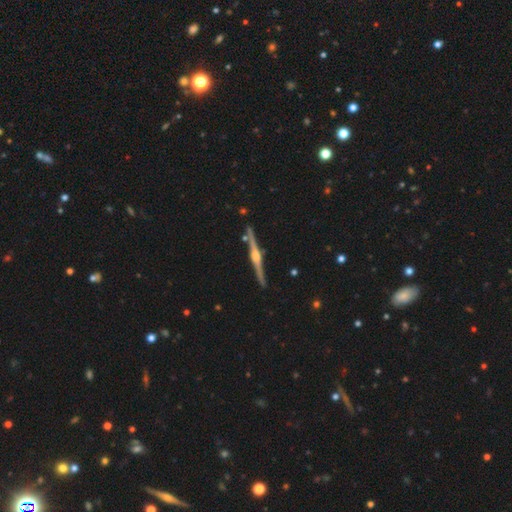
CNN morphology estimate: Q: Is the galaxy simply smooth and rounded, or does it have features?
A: featured or disk — 88%.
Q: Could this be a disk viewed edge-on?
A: yes — 98%.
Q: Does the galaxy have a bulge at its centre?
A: rounded — 86%.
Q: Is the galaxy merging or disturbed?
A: none — 89%.